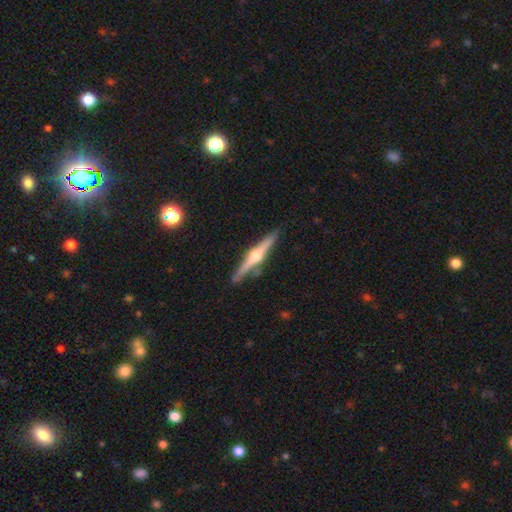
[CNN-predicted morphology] Overall: featured or disk (77%). Edge-on disk: yes (98%). Edge-on bulge: rounded (94%). Merging: none (86%).